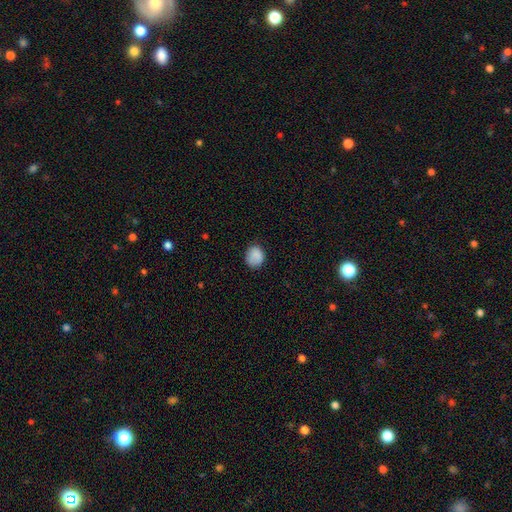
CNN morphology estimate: Smooth or featured?
  - smooth: 86% *
  - star or artifact: 8%
  - featured or disk: 6%
How rounded?
  - round: 64% *
  - in between: 35%
  - cigar-shaped: 1%
Merging?
  - none: 76% *
  - minor disturbance: 19%
  - major disturbance: 4%
  - merger: 1%